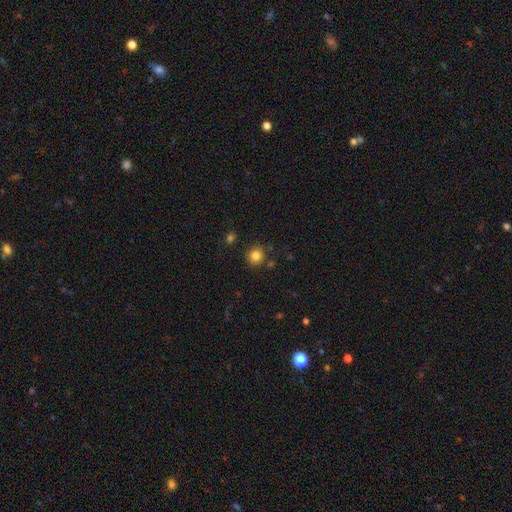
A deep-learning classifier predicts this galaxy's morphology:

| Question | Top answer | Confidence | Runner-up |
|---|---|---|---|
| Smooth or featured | smooth | 83% | star or artifact (12%) |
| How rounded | round | 91% | in between (8%) |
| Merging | none | 85% | minor disturbance (8%) |